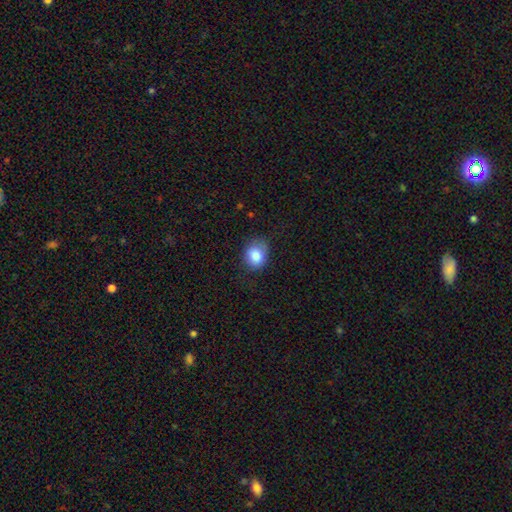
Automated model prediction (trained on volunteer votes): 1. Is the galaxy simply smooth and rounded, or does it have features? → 83% smooth, 9% star or artifact, 8% featured or disk.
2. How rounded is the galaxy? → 57% round, 43% in between, 1% cigar-shaped.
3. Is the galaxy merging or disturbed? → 70% none, 23% minor disturbance, 6% major disturbance, 1% merger.